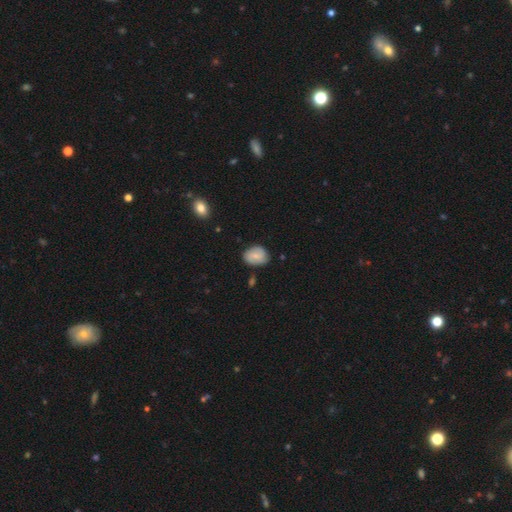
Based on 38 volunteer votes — Morphology: type=smooth (68%); roundness=in between (81%); merging=none (69%).